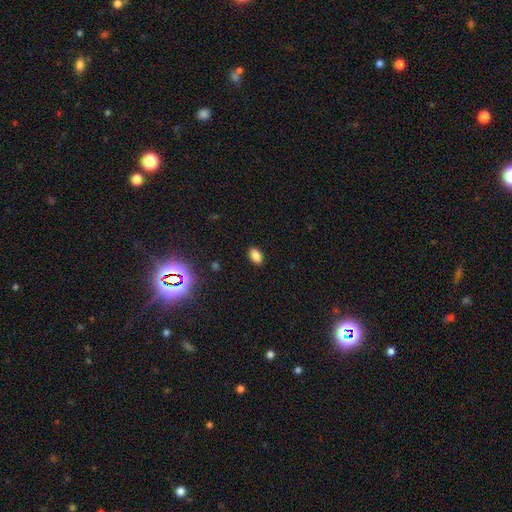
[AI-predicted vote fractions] Q: Smooth or featured?
A: smooth (82%); runner-up: star or artifact (13%)
Q: How rounded?
A: in between (89%); runner-up: round (9%)
Q: Merging?
A: none (89%); runner-up: minor disturbance (8%)